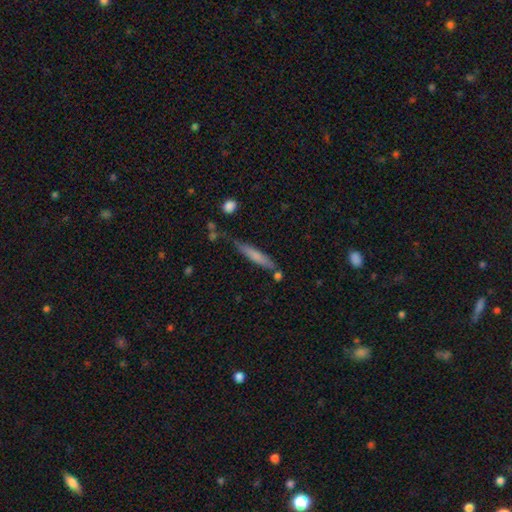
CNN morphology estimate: Smooth or featured: smooth — 66% (featured or disk — 28%)
How rounded: cigar-shaped — 91% (in between — 8%)
Merging: none — 69% (minor disturbance — 19%)